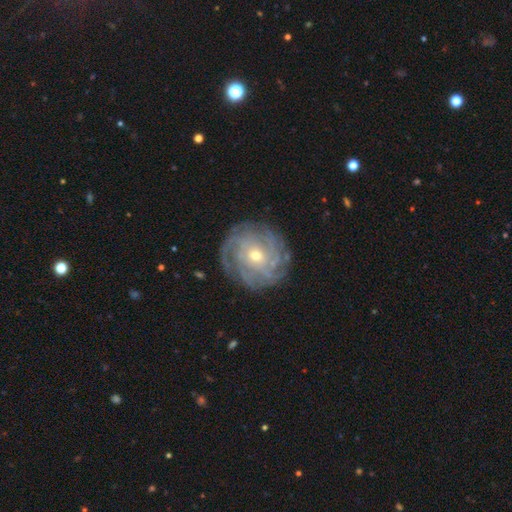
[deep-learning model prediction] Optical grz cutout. It shows a featured or disk galaxy (85%) with no bar (65%), tight (79%) spiral arms (97%) and a small central bulge (53%). Merging: none (84%).